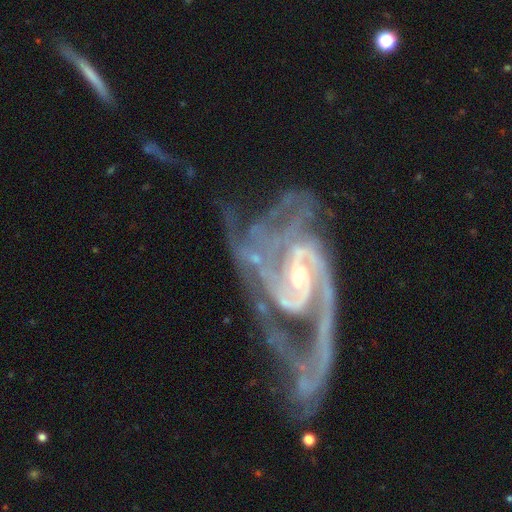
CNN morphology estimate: A featured or disk galaxy (92%) with a weak bar (43%), 2 (47%) medium (46%) spiral arms (98%) and a small central bulge (61%).

Vote fractions:
- Smooth or featured? featured or disk: 92% / star or artifact: 5% / smooth: 3%
- Edge-on disk? no: 98% / yes: 2%
- Bar? weak: 43% / no: 35% / strong: 21%
- Spiral arms? yes: 98% / no: 2%
- Spiral winding? medium: 46% / tight: 35% / loose: 19%
- Spiral arm count? 2: 47% / 3: 16% / can't tell: 13% / 4: 8% / 1: 8% / more than 4: 7%
- Bulge size? small: 61% / moderate: 34% / none: 3% / large: 2% / dominant: 1%
- Merging? major disturbance: 43% / none: 29% / minor disturbance: 17% / merger: 11%